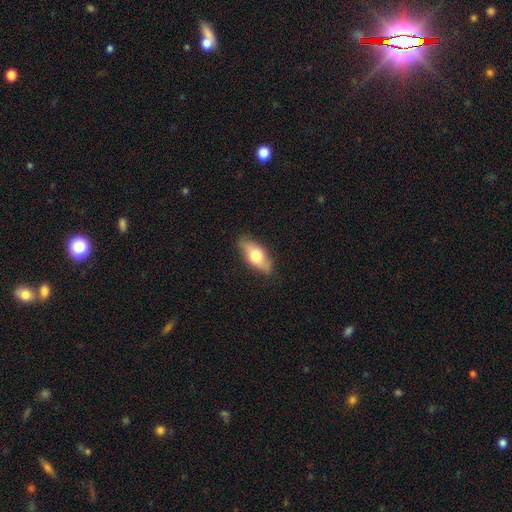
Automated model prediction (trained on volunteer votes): This appears to be a smooth galaxy with no disk features (65%) that is in between round and cigar-shaped (81%). Merging: none (83%).